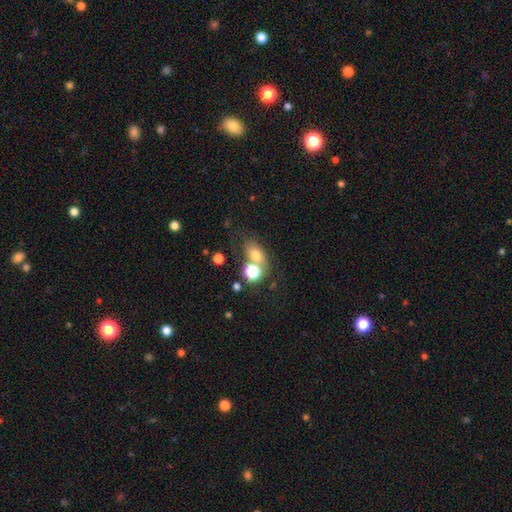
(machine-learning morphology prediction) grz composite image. It shows a smooth galaxy with no disk features (70%) that is in between round and cigar-shaped (68%). Merging: none (50%).